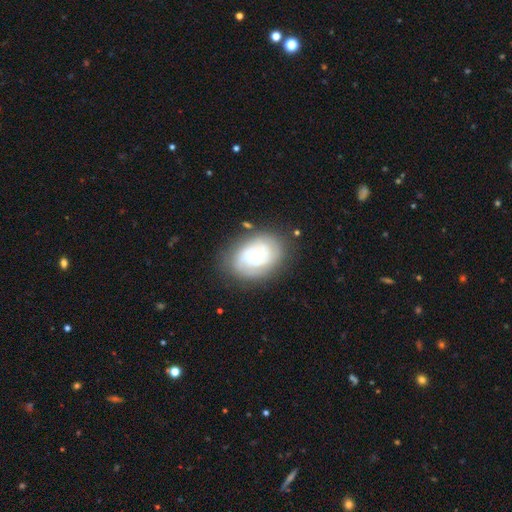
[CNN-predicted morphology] smooth-or-featured: featured or disk: 69% | smooth: 25% | star or artifact: 6%
  disk-edge-on: no: 97% | yes: 3%
    bar: no: 63% | weak: 28% | strong: 9%
    has-spiral-arms: yes: 63% | no: 37%
    bulge-size: small: 54% | moderate: 39% | large: 4% | none: 2% | dominant: 1%
  merging: none: 72% | minor disturbance: 18% | major disturbance: 8% | merger: 2%